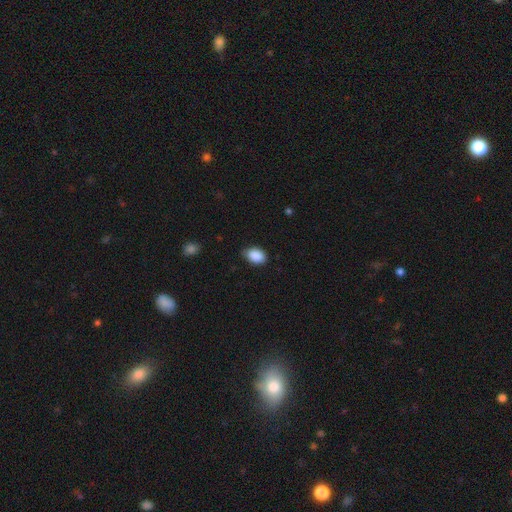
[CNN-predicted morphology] smooth-or-featured: smooth: 90% | star or artifact: 7% | featured or disk: 3%
  how-rounded: in between: 84% | round: 15% | cigar-shaped: 1%
  merging: none: 76% | minor disturbance: 20% | major disturbance: 3% | merger: 1%